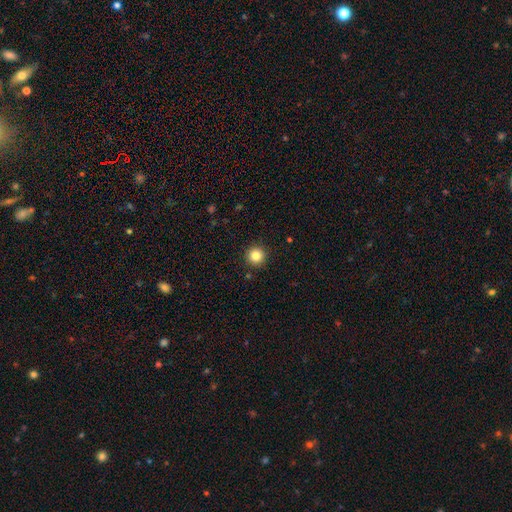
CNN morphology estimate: smooth_or_featured: smooth (p=0.84) [alt: star or artifact p=0.11]
how_rounded: round (p=0.96) [alt: in between p=0.03]
merging: none (p=0.92) [alt: minor disturbance p=0.05]